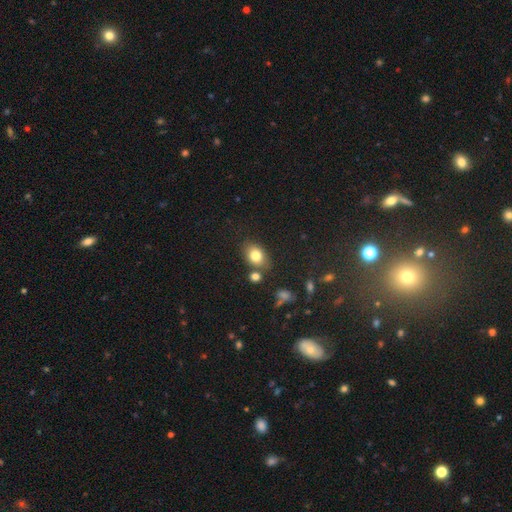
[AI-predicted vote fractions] Smooth or featured: smooth — 80% (featured or disk — 10%)
How rounded: in between — 71% (round — 28%)
Merging: none — 71% (minor disturbance — 14%)